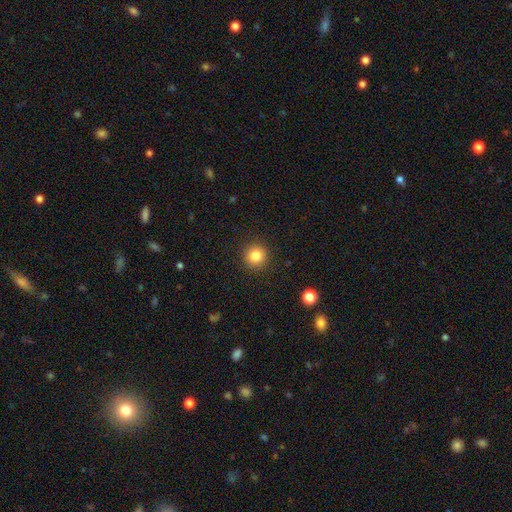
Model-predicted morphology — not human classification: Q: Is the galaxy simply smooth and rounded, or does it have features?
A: smooth — 83%.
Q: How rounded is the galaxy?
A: round — 94%.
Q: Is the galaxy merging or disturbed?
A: none — 91%.